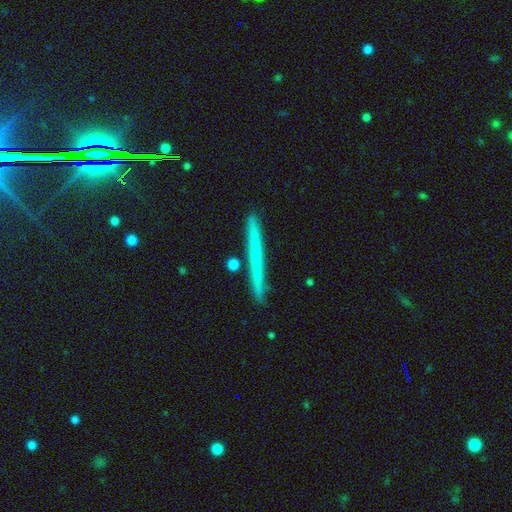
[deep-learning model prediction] This appears to be a smooth galaxy with no disk features (51%) that is cigar-shaped (97%). Merging: none (88%).